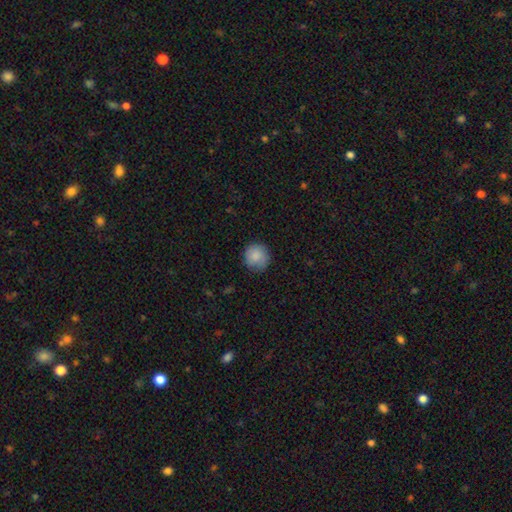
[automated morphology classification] Smooth or featured?
  - smooth: 87% *
  - star or artifact: 7%
  - featured or disk: 6%
How rounded?
  - round: 91% *
  - in between: 8%
  - cigar-shaped: 1%
Merging?
  - none: 80% *
  - minor disturbance: 16%
  - major disturbance: 3%
  - merger: 1%